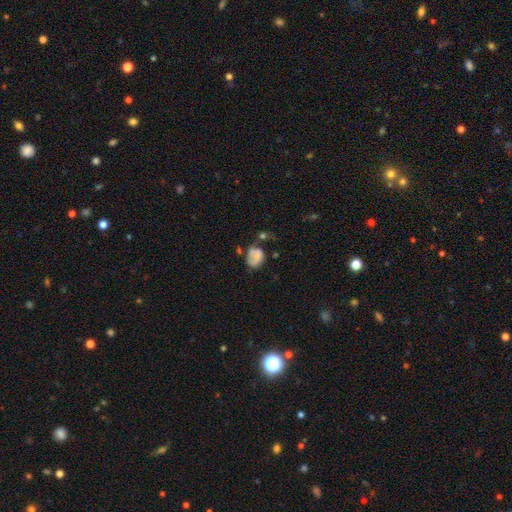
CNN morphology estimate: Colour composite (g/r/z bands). It shows a smooth galaxy with no disk features (68%) that is in between round and cigar-shaped (56%). Merging: none (39%).